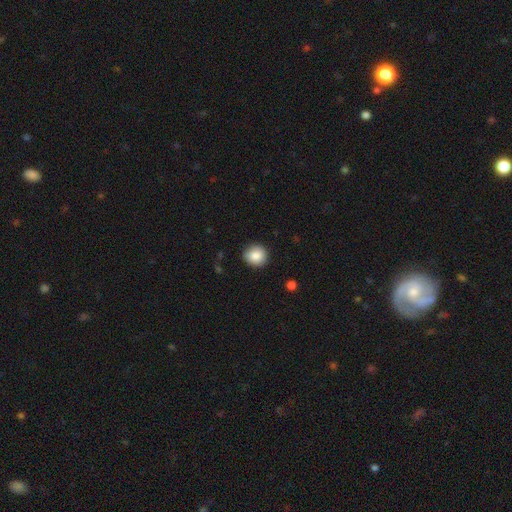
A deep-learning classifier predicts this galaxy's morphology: type=smooth (86%); roundness=round (89%); merging=none (86%).